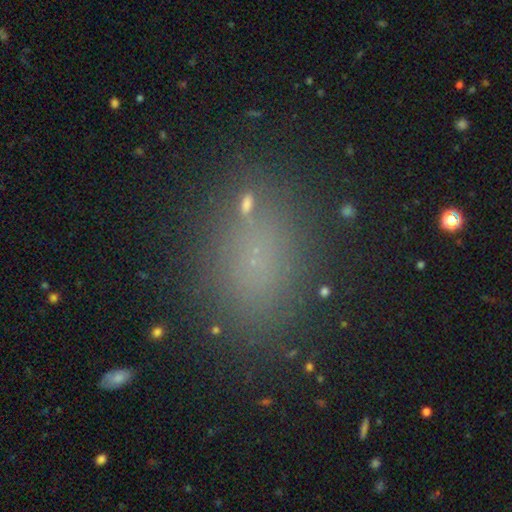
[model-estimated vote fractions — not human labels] The model was most divided on "smooth or featured": smooth: 73%, star or artifact: 20%, featured or disk: 7%. More confident: merging — none (84%); how rounded — in between (80%).